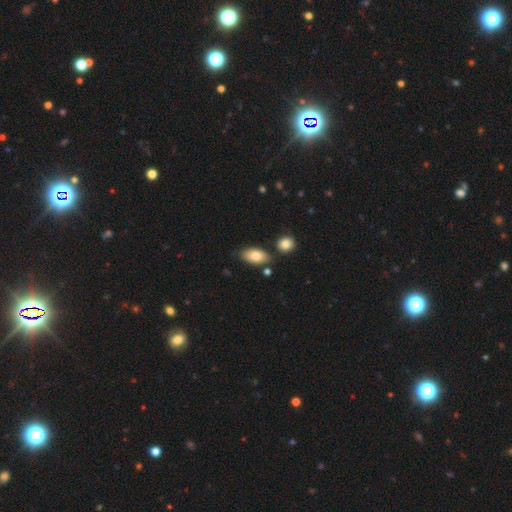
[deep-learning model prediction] A smooth galaxy with no disk features (82%) that is in between round and cigar-shaped (92%). Merging: none (75%).